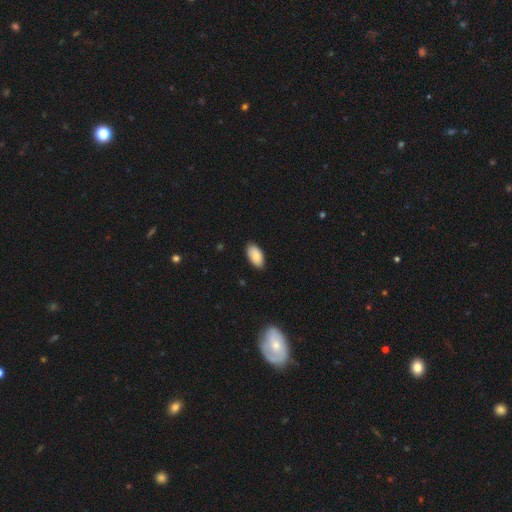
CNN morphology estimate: smooth_or_featured: smooth (p=0.87) [alt: featured or disk p=0.07]
how_rounded: in between (p=0.95) [alt: cigar-shaped p=0.03]
merging: none (p=0.86) [alt: minor disturbance p=0.11]